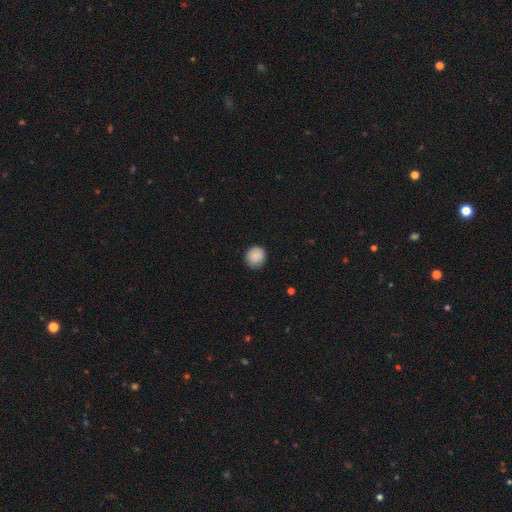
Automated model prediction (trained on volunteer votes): Smooth or featured? smooth (87%)
How rounded? round (89%)
Merging? none (86%)